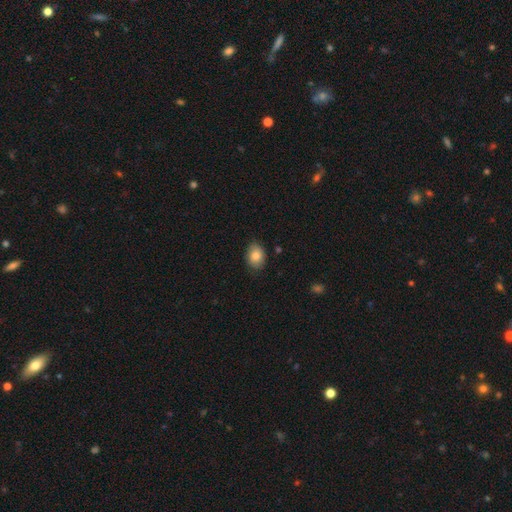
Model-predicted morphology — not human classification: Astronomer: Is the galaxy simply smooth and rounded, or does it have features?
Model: smooth — 84%.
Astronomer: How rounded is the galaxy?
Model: in between — 68%.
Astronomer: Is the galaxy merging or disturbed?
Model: none — 82%.